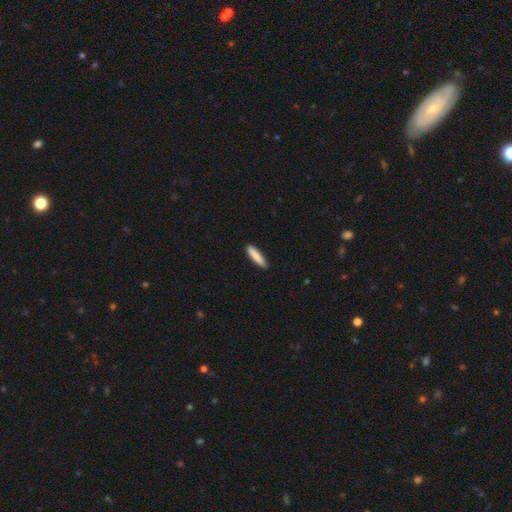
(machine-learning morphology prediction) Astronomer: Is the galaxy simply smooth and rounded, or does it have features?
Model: smooth — 87%.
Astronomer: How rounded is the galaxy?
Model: cigar-shaped — 84%.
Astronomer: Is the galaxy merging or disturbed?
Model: none — 90%.